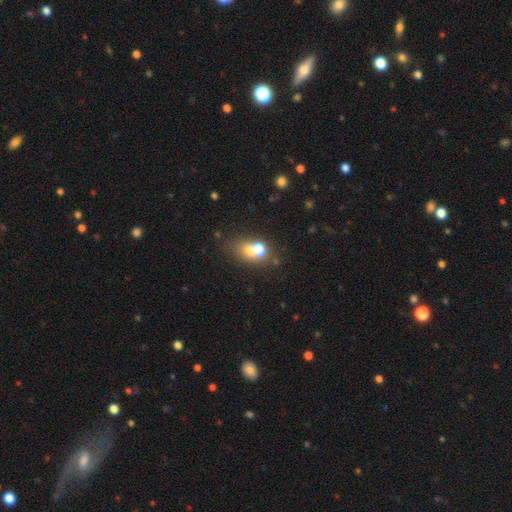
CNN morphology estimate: smooth 59%, featured or disk 22%, star or artifact 20%. Down the decision tree: how rounded — round (51%); merging — merger (51%).